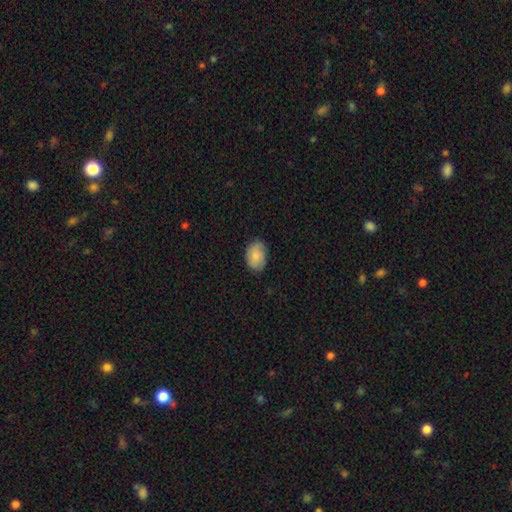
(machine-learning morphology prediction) smooth-or-featured: smooth: 83% | featured or disk: 11% | star or artifact: 7%
  how-rounded: in between: 82% | round: 17% | cigar-shaped: 1%
  merging: none: 79% | minor disturbance: 18% | major disturbance: 3% | merger: 1%